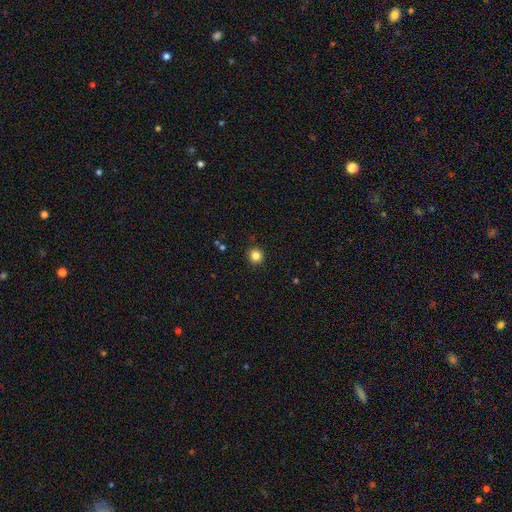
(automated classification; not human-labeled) Smooth or featured? Predicted: smooth (p=0.84). How rounded? Predicted: round (p=0.93). Merging? Predicted: none (p=0.91).